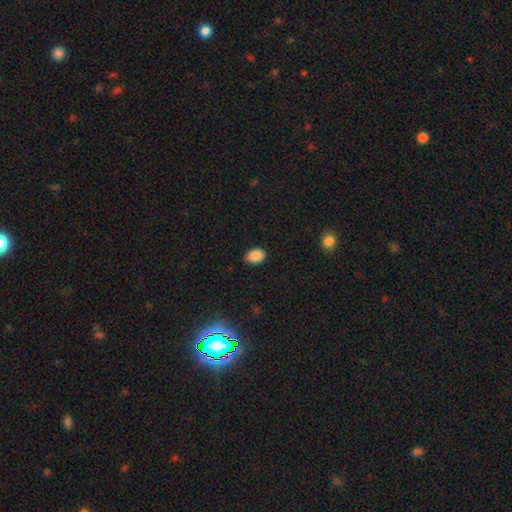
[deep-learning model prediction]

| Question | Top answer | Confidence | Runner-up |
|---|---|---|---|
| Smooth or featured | smooth | 87% | star or artifact (9%) |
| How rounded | in between | 74% | round (25%) |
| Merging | none | 79% | minor disturbance (17%) |